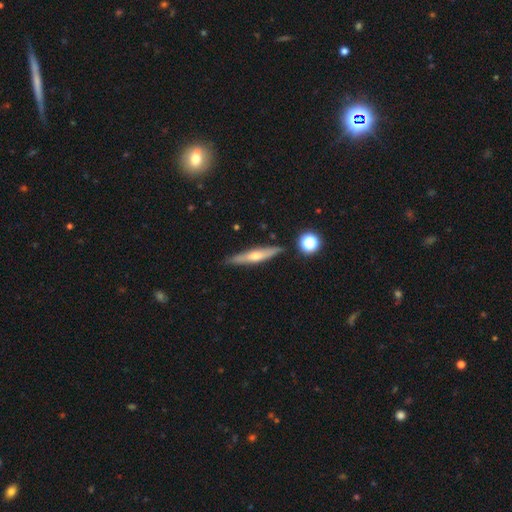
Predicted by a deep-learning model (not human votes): A featured or disk galaxy (52%) viewed edge-on (91%). Merging: none (85%).